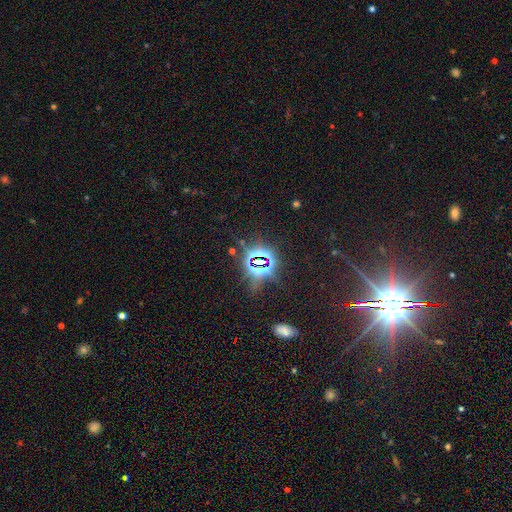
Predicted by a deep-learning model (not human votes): Smooth or featured: star or artifact — 80% (featured or disk — 11%)